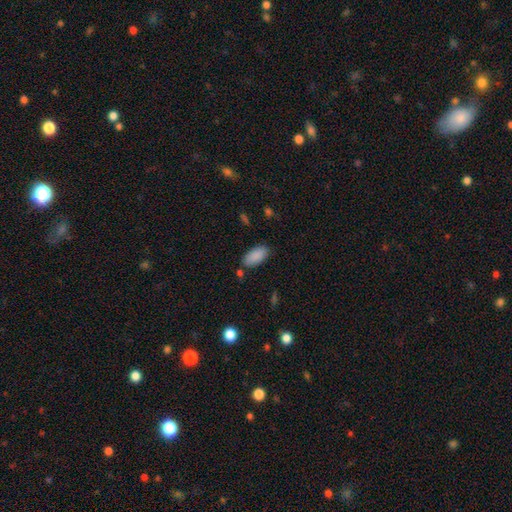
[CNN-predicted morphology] smooth 89%, star or artifact 7%, featured or disk 4%. Down the decision tree: how rounded — in between (92%); merging — none (80%).